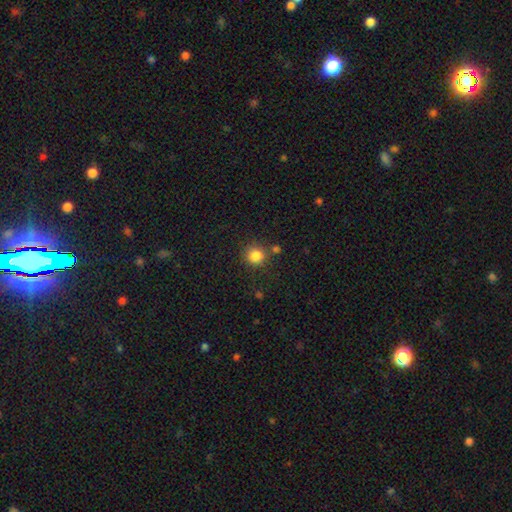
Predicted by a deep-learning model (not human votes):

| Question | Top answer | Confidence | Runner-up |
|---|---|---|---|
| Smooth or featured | smooth | 84% | star or artifact (11%) |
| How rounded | round | 92% | in between (7%) |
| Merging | none | 79% | minor disturbance (10%) |